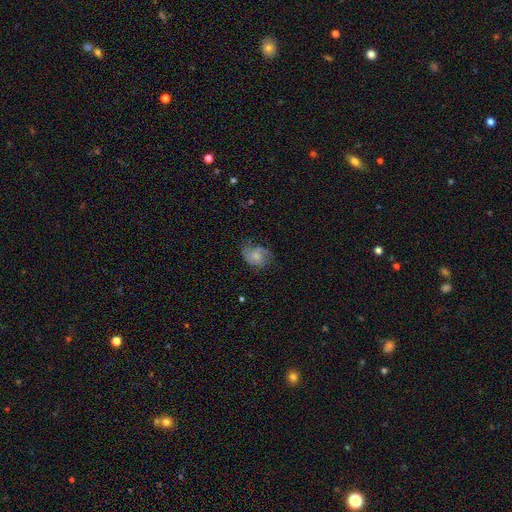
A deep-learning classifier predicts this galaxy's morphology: type=featured or disk (52%); edge-on=no (97%); bar=no (70%); spiral arms=yes (83%); bulge=small (48%); merging=none (53%).